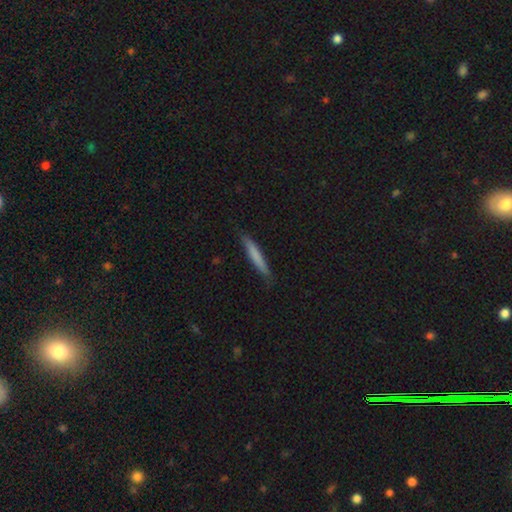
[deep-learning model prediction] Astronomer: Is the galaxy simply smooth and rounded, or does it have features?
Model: smooth — 74%.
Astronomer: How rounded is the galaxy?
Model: cigar-shaped — 95%.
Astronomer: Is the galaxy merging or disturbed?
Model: none — 86%.